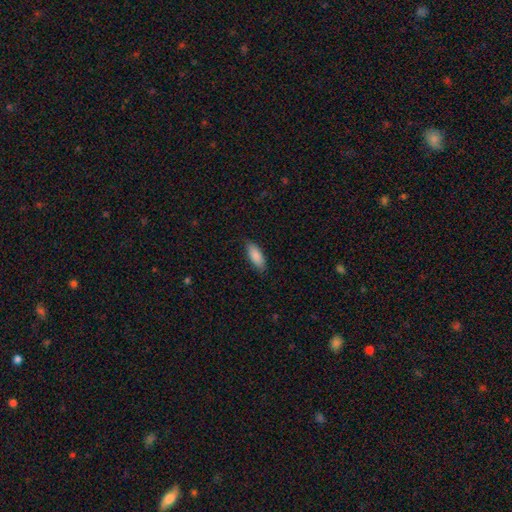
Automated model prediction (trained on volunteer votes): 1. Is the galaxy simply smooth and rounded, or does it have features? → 88% smooth, 6% featured or disk, 6% star or artifact.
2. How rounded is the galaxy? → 74% in between, 25% cigar-shaped, 2% round.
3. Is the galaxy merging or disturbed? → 84% none, 13% minor disturbance, 2% major disturbance, 1% merger.